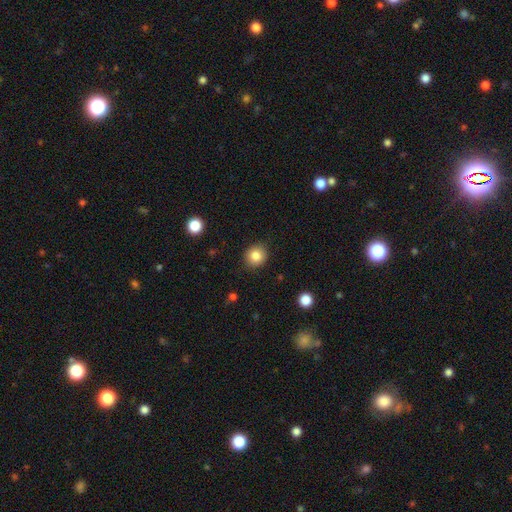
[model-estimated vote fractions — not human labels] Smooth or featured? Predicted: smooth (p=0.84). How rounded? Predicted: round (p=0.83). Merging? Predicted: none (p=0.88).